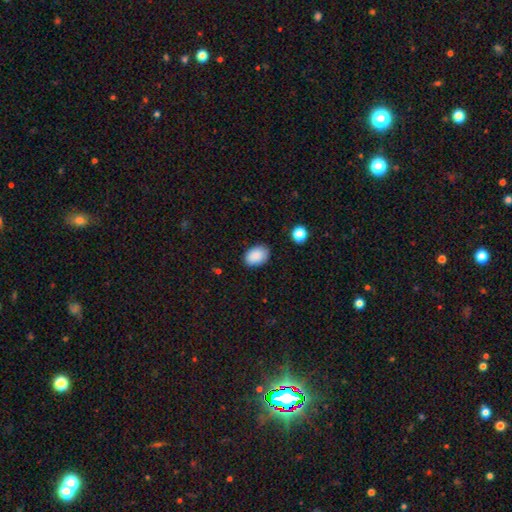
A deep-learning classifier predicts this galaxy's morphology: Smooth or featured? Predicted: smooth (p=0.88). How rounded? Predicted: in between (p=0.82). Merging? Predicted: none (p=0.83).